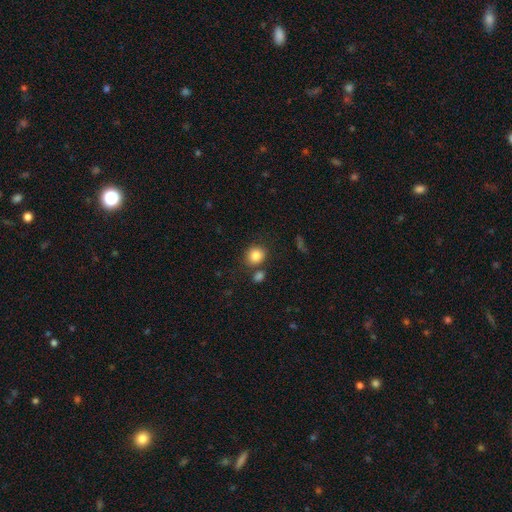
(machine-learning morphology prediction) This is clearly a smooth galaxy (84%). How rounded: likely round (79%). Merging: likely none (75%).